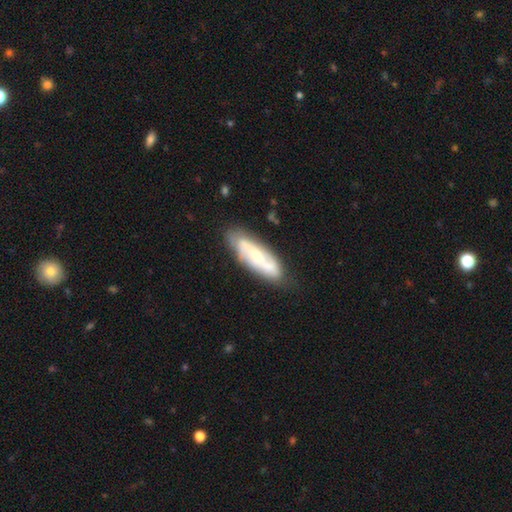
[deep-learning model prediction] smooth-or-featured: featured or disk: 61% | smooth: 33% | star or artifact: 6%
  disk-edge-on: no: 81% | yes: 19%
  merging: none: 76% | minor disturbance: 17% | major disturbance: 4% | merger: 3%